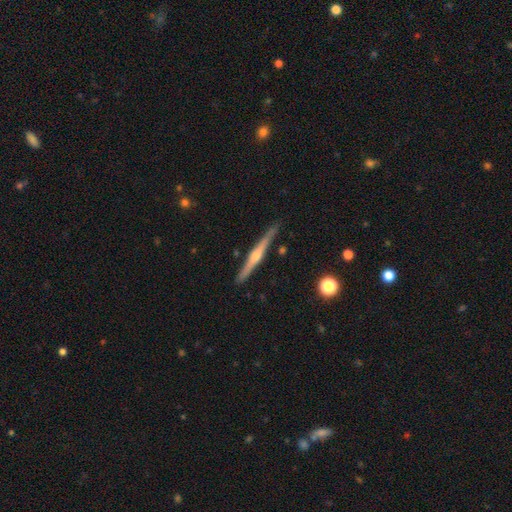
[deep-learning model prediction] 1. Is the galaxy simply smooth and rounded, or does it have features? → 78% featured or disk, 16% smooth, 5% star or artifact.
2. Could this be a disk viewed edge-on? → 98% yes, 2% no.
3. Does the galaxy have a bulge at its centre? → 82% rounded, 11% none, 7% boxy.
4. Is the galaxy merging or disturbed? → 90% none, 7% minor disturbance, 1% merger, 1% major disturbance.